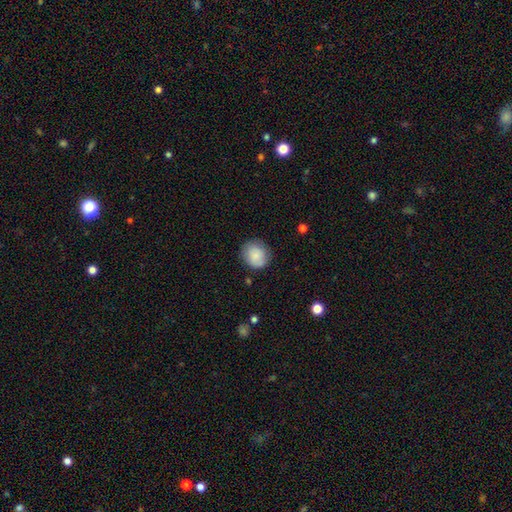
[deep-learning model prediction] A smooth galaxy with no disk features (82%) that is round (81%).

Vote fractions:
- Smooth or featured? smooth: 82% / featured or disk: 11% / star or artifact: 7%
- How rounded? round: 81% / in between: 18% / cigar-shaped: 1%
- Merging? none: 80% / minor disturbance: 15% / major disturbance: 4% / merger: 1%